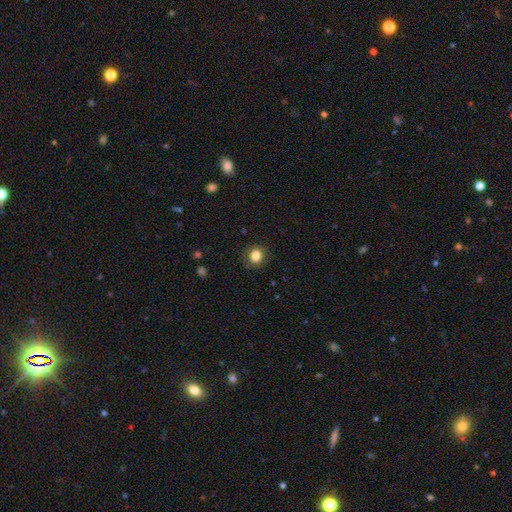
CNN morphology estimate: Smooth or featured? Predicted: smooth (p=0.83). How rounded? Predicted: round (p=0.82). Merging? Predicted: none (p=0.85).